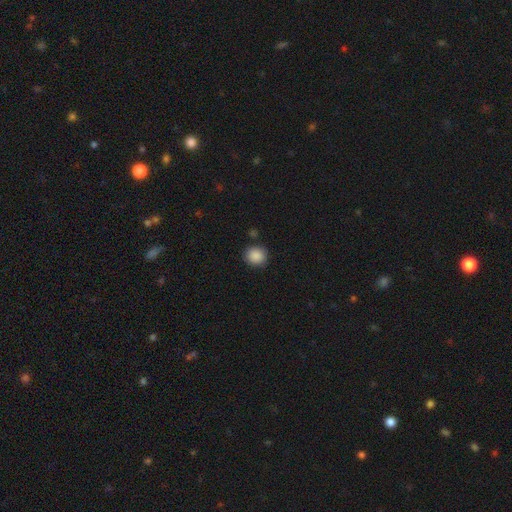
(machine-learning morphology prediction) smooth 88%, star or artifact 9%, featured or disk 3%. Down the decision tree: how rounded — round (83%); merging — none (86%).